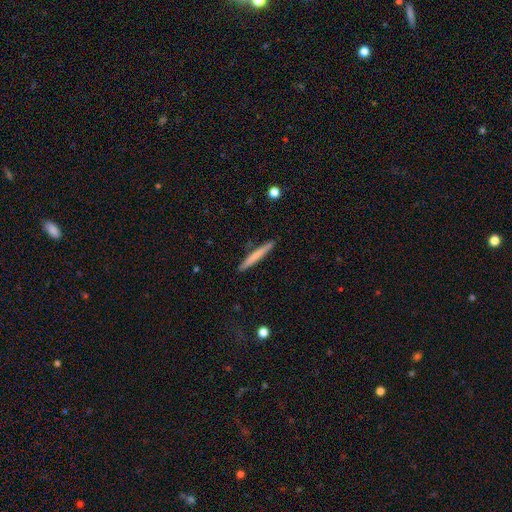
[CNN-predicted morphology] This is likely a smooth galaxy (66%). How rounded: clearly cigar-shaped (96%). Merging: clearly none (91%).